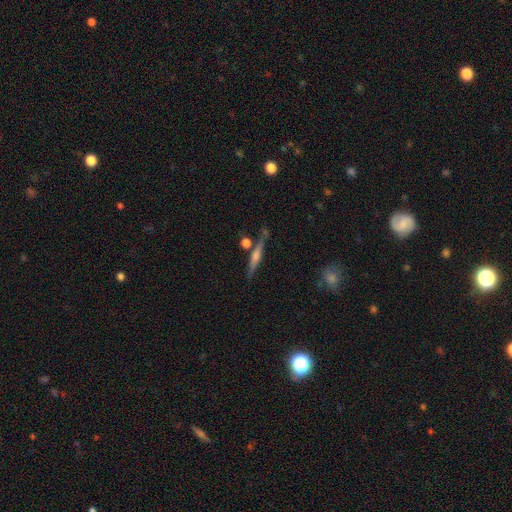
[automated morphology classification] Overall: featured or disk (69%). Edge-on disk: yes (97%). Edge-on bulge: rounded (74%). Merging: none (81%).